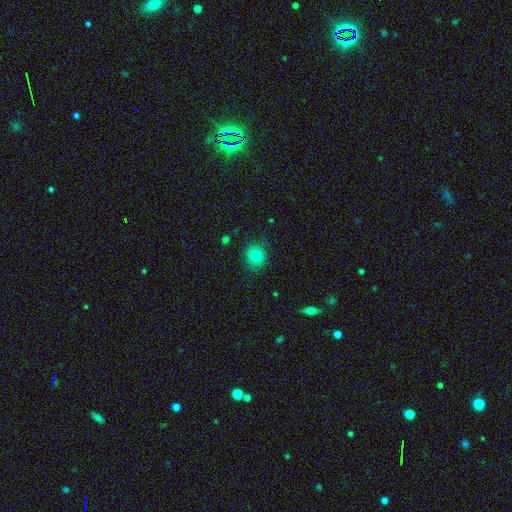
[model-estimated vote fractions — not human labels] A smooth galaxy with no disk features (81%) that is round (82%). Merging: none (86%).